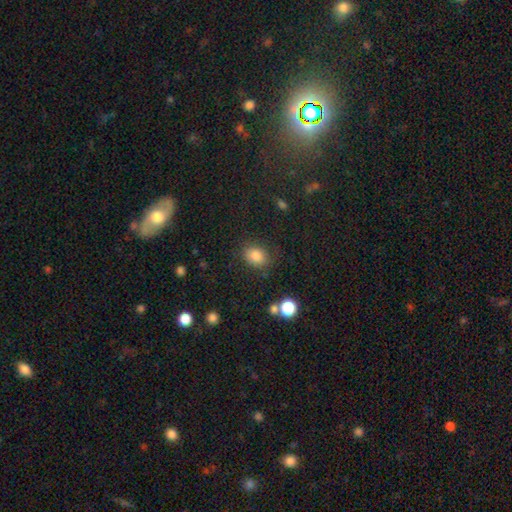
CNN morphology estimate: A smooth galaxy with no disk features (81%) that is in between round and cigar-shaped (54%).

Vote fractions:
- Smooth or featured? smooth: 81% / star or artifact: 12% / featured or disk: 7%
- How rounded? in between: 54% / round: 45% / cigar-shaped: 1%
- Merging? none: 80% / minor disturbance: 13% / major disturbance: 5% / merger: 2%